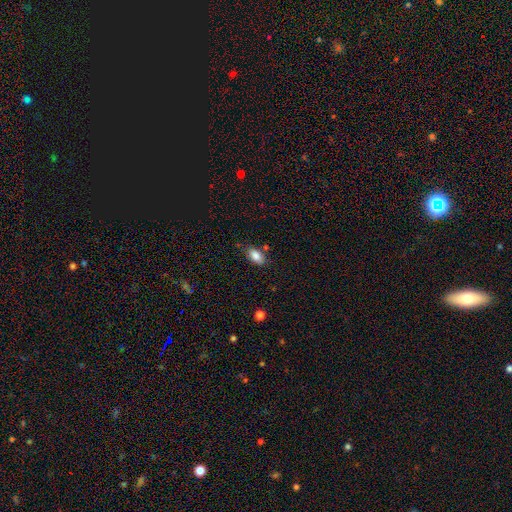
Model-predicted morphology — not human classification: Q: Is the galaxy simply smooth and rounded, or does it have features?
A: smooth — 85%.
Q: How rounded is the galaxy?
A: in between — 92%.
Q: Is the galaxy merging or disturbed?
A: none — 76%.